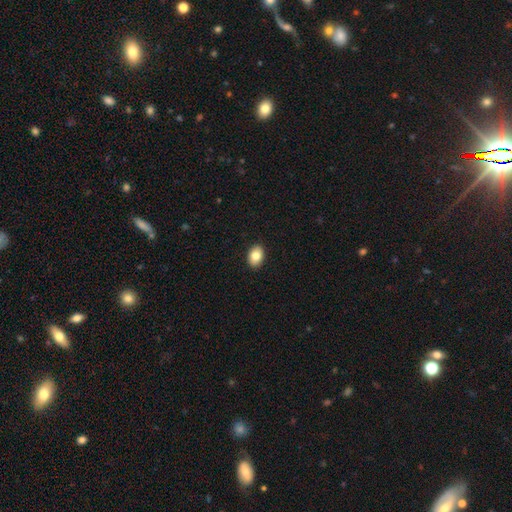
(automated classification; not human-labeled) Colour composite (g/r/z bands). It shows a smooth galaxy with no disk features (84%) that is in between round and cigar-shaped (84%). Merging: none (91%).